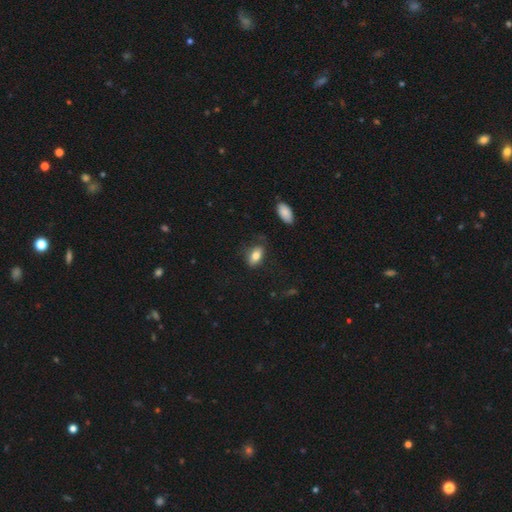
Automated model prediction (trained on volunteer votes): This appears to be a smooth galaxy with no disk features (81%) that is in between round and cigar-shaped (89%). Merging: none (72%).